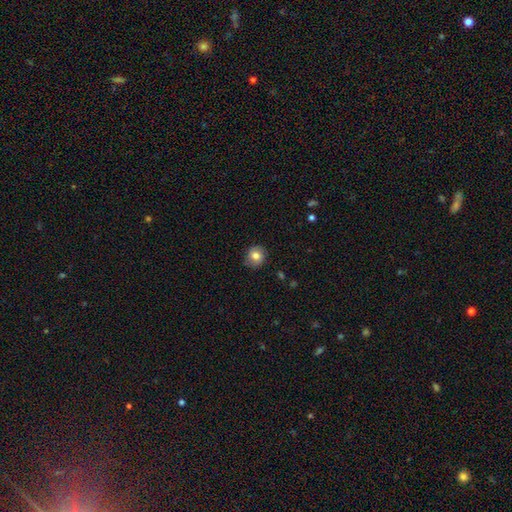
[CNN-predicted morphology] This is likely a smooth galaxy (78%). How rounded: clearly round (81%). Merging: clearly none (81%).